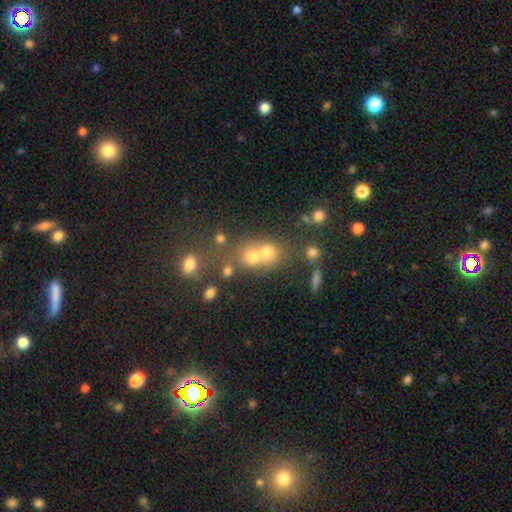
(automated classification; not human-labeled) smooth 62%, star or artifact 21%, featured or disk 17%. Down the decision tree: how rounded — round (71%); merging — merger (54%).